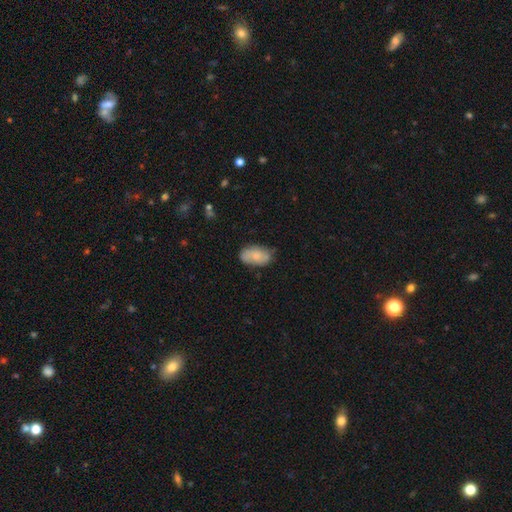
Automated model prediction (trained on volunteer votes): smooth 69%, featured or disk 24%, star or artifact 7%. Down the decision tree: how rounded — in between (92%); merging — none (68%).